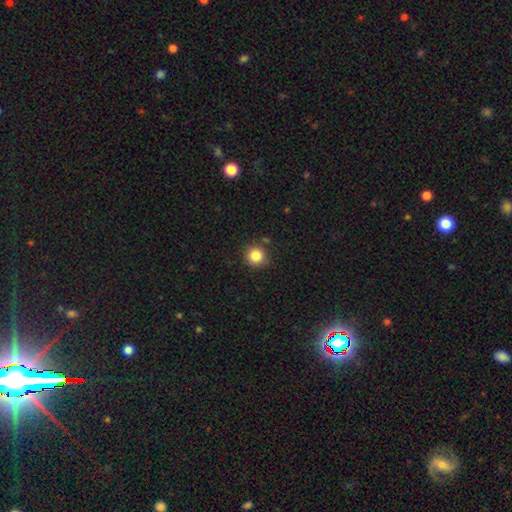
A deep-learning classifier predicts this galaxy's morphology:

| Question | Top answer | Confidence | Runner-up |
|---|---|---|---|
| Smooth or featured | smooth | 85% | star or artifact (11%) |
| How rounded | round | 94% | in between (5%) |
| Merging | none | 86% | minor disturbance (9%) |